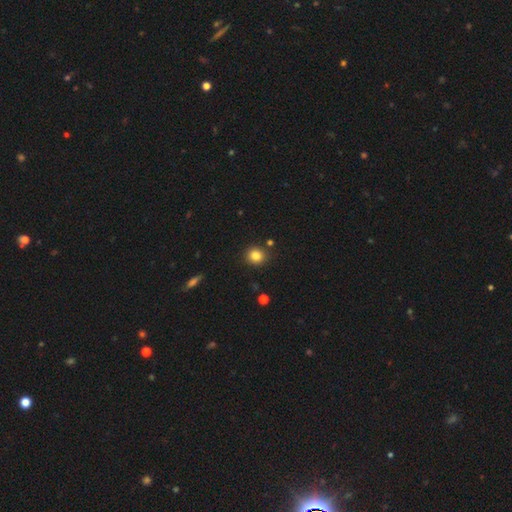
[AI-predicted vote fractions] smooth 83%, star or artifact 11%, featured or disk 6%. Down the decision tree: how rounded — round (85%); merging — none (86%).